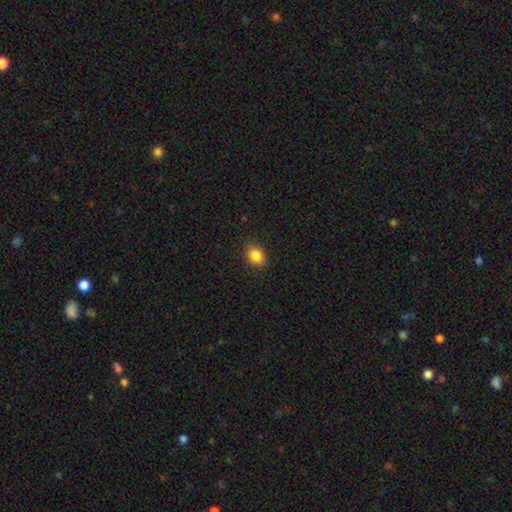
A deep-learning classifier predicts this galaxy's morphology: The model was most divided on "how rounded": in between: 64%, round: 35%, cigar-shaped: 1%. More confident: merging — none (87%); smooth or featured — smooth (86%).